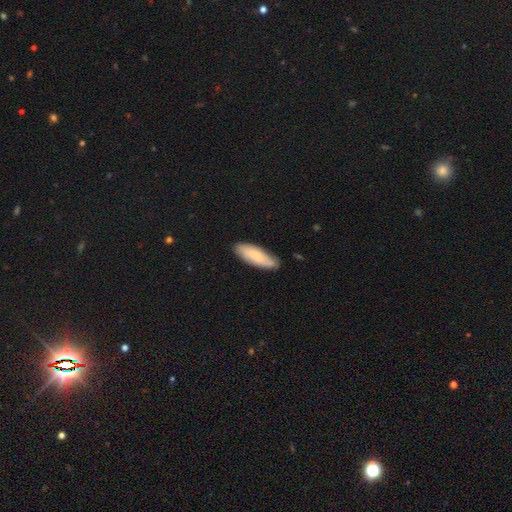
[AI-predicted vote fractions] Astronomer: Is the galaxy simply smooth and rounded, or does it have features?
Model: smooth — 76%.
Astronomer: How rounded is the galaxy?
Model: in between — 54% (runner-up: cigar-shaped, 44%).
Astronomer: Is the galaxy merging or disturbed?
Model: none — 79%.